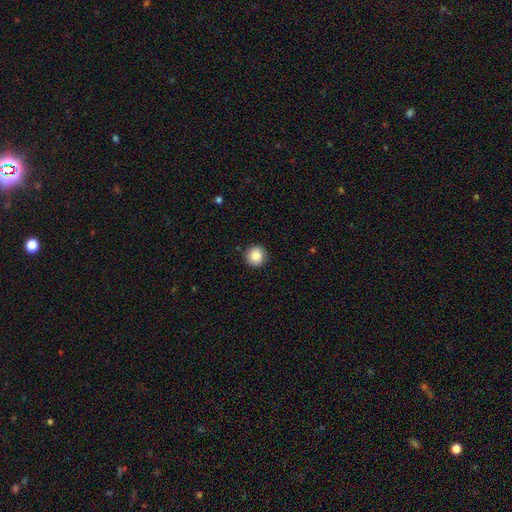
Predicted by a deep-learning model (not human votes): Smooth or featured?
  - smooth: 87% *
  - star or artifact: 9%
  - featured or disk: 5%
How rounded?
  - round: 95% *
  - in between: 4%
  - cigar-shaped: 1%
Merging?
  - none: 90% *
  - minor disturbance: 7%
  - major disturbance: 2%
  - merger: 1%